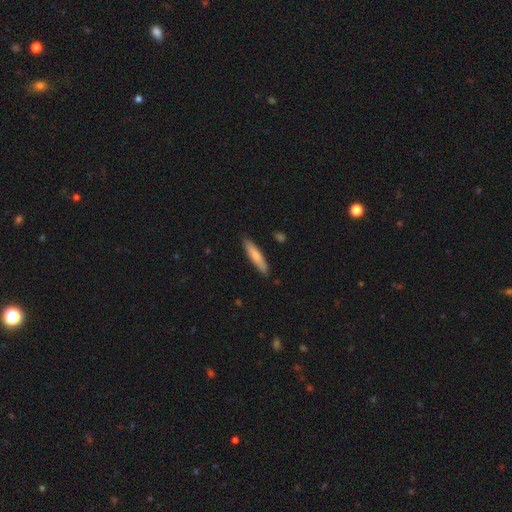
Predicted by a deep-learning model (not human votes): This is likely a smooth galaxy (76%). How rounded: clearly cigar-shaped (84%). Merging: clearly none (87%).